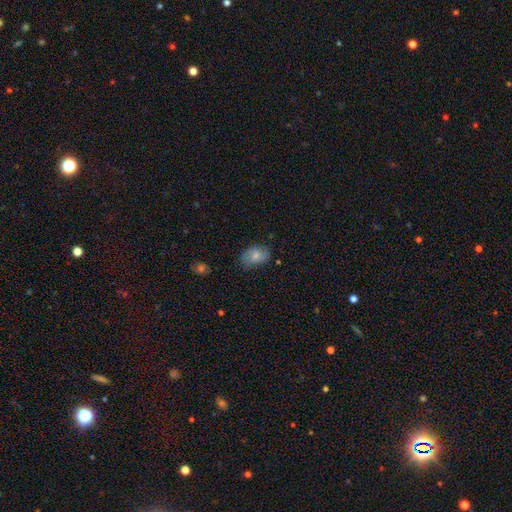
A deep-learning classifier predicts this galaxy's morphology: This is likely a smooth galaxy (65%). How rounded: clearly in between (82%). Merging: likely none (67%).